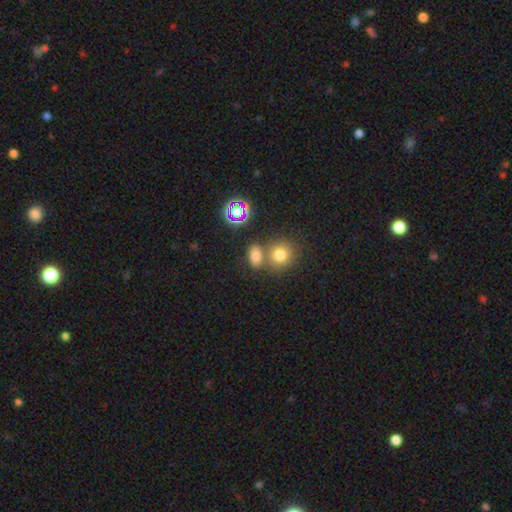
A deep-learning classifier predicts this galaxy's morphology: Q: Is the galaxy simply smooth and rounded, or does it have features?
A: smooth — 68%.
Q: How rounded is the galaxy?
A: in between — 61%.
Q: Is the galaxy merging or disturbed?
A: none — 53%.